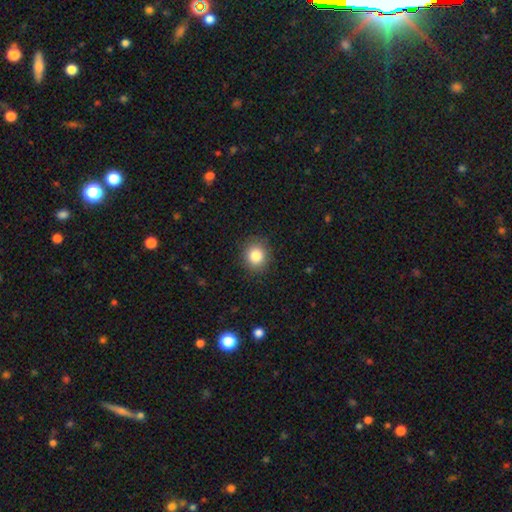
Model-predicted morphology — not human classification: type=smooth (83%); roundness=round (83%); merging=none (89%).